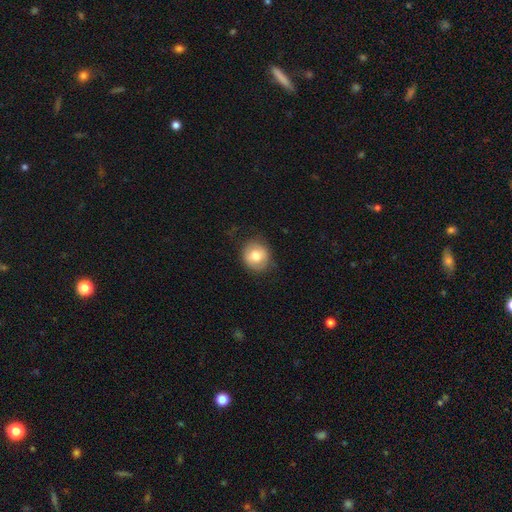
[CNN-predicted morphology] type=smooth (75%); roundness=round (80%); merging=none (80%).